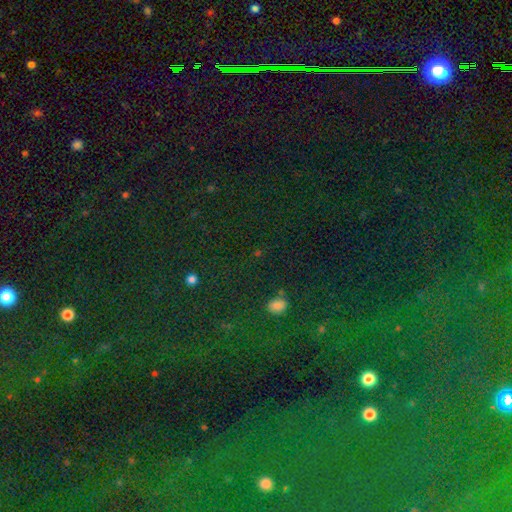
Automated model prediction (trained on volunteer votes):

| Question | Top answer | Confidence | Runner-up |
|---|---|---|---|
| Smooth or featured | star or artifact | 83% | smooth (10%) |